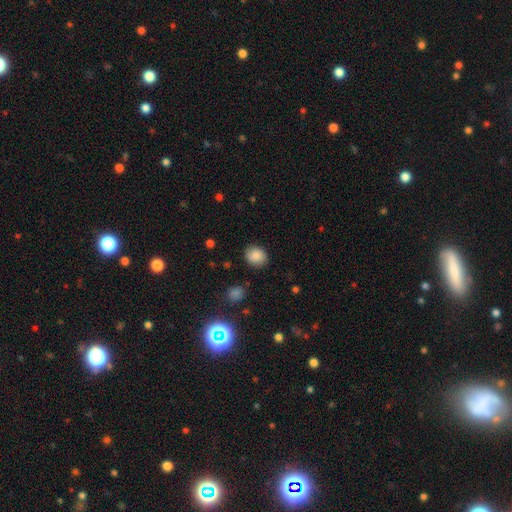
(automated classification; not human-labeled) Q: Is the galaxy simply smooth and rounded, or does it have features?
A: smooth — 85%.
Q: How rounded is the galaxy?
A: round — 70%.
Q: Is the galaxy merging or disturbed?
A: none — 86%.